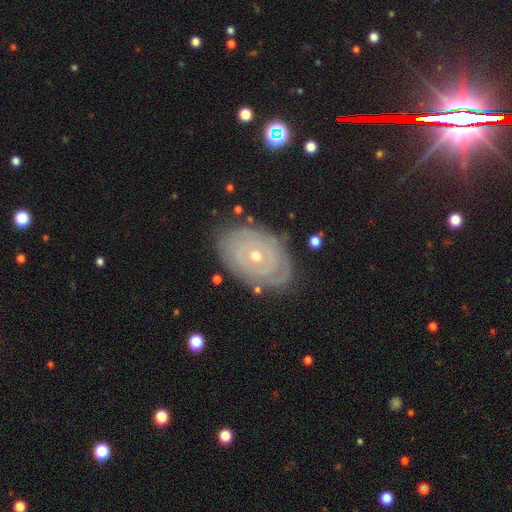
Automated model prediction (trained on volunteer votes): A featured or disk galaxy (83%) with no bar (82%), tight (86%) spiral arms (87%) and a small central bulge (65%). Merging: none (81%).